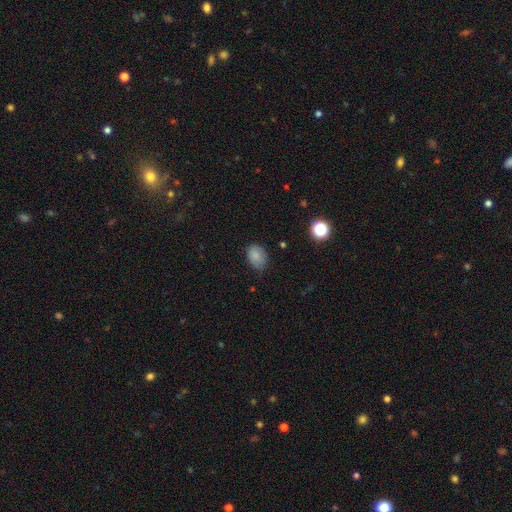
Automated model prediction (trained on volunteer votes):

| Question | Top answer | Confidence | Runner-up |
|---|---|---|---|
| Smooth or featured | smooth | 82% | star or artifact (10%) |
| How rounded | in between | 73% | round (26%) |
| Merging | none | 71% | minor disturbance (23%) |